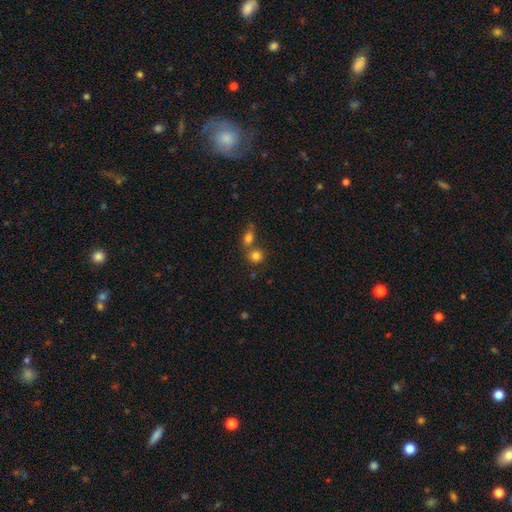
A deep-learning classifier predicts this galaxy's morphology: smooth-or-featured: smooth: 80% | star or artifact: 12% | featured or disk: 9%
  how-rounded: round: 78% | in between: 20% | cigar-shaped: 2%
  merging: none: 46% | merger: 43% | minor disturbance: 8% | major disturbance: 3%